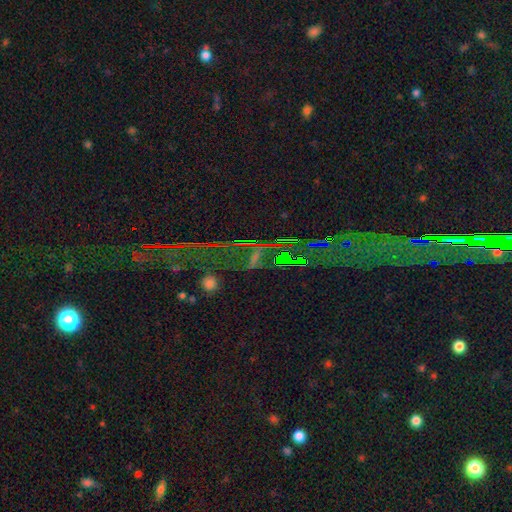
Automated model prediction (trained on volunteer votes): This is likely a star or artifact rather than a galaxy (74%).